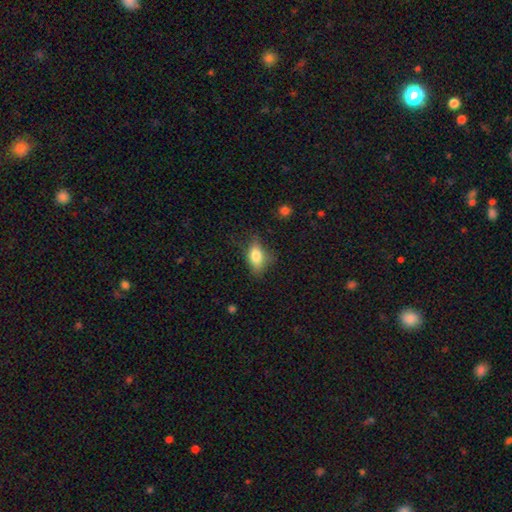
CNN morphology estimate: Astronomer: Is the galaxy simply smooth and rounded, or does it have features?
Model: smooth — 78%.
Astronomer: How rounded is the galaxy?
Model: in between — 84%.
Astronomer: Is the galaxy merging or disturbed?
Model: none — 60%.